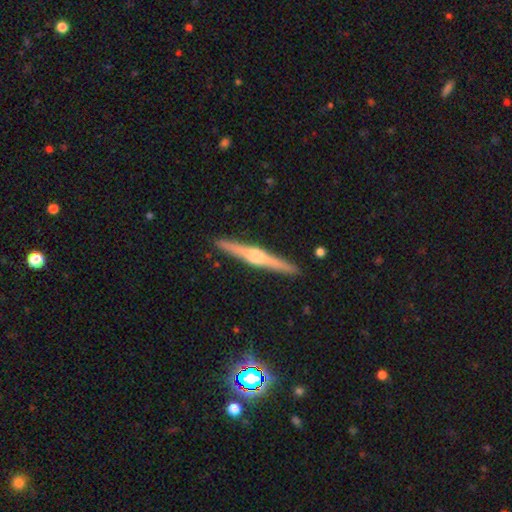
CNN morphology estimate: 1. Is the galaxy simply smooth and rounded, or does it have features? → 79% featured or disk, 15% smooth, 6% star or artifact.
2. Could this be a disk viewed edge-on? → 98% yes, 2% no.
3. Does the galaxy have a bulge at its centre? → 91% rounded, 6% boxy, 4% none.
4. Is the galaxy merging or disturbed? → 92% none, 6% minor disturbance, 1% major disturbance, 1% merger.